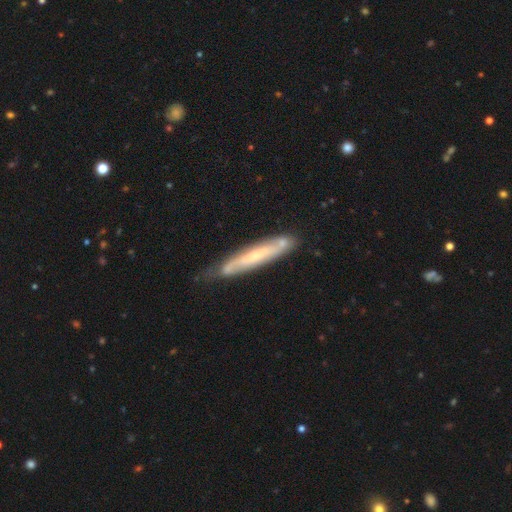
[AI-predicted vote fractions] featured or disk 61%, smooth 33%, star or artifact 6%. Down the decision tree: edge-on disk — yes (65%); merging — none (67%).